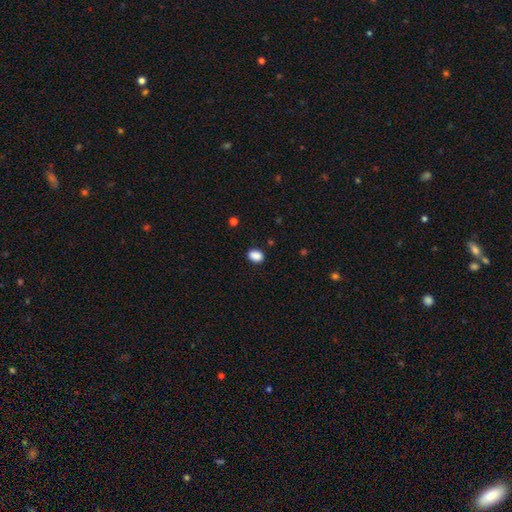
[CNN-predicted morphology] A smooth galaxy with no disk features (88%) that is in between round and cigar-shaped (74%). Merging: none (86%).